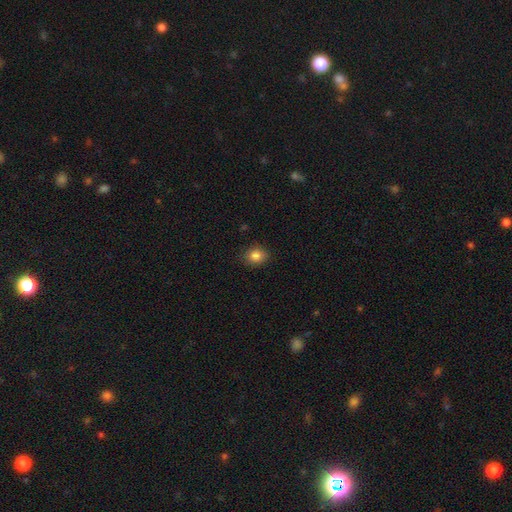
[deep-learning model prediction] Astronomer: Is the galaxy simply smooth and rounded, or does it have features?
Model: smooth — 83%.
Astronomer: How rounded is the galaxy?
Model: round — 57% (runner-up: in between, 42%).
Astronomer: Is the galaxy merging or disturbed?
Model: none — 87%.